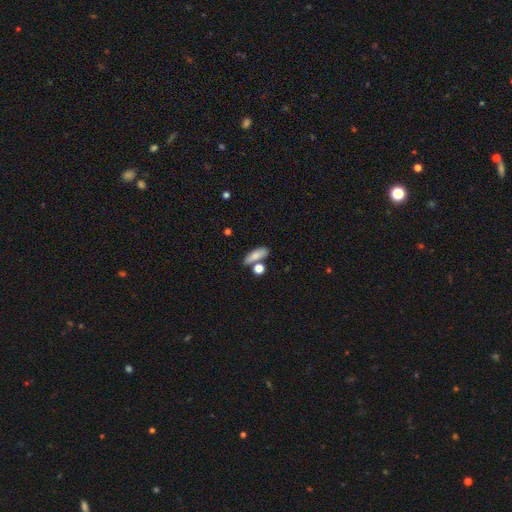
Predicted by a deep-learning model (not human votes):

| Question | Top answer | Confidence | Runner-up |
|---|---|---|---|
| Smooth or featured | smooth | 78% | featured or disk (14%) |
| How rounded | in between | 60% | cigar-shaped (32%) |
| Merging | none | 60% | merger (20%) |